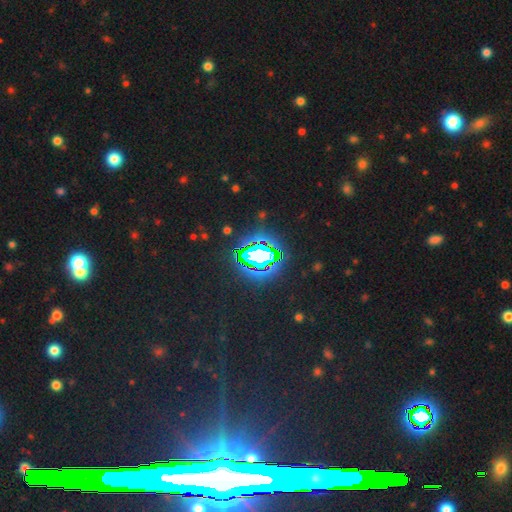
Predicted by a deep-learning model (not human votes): A star or artifact, not a galaxy (79%).

Vote fractions:
- Smooth or featured? star or artifact: 79% / smooth: 13% / featured or disk: 8%